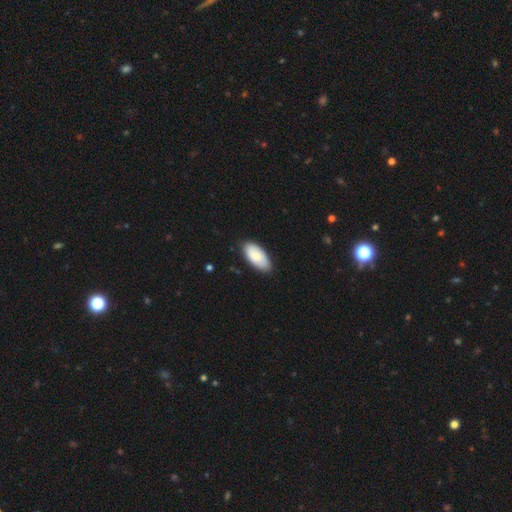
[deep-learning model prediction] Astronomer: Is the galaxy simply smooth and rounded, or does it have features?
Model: smooth — 84%.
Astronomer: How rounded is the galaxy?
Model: in between — 94%.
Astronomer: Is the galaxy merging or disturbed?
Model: none — 84%.